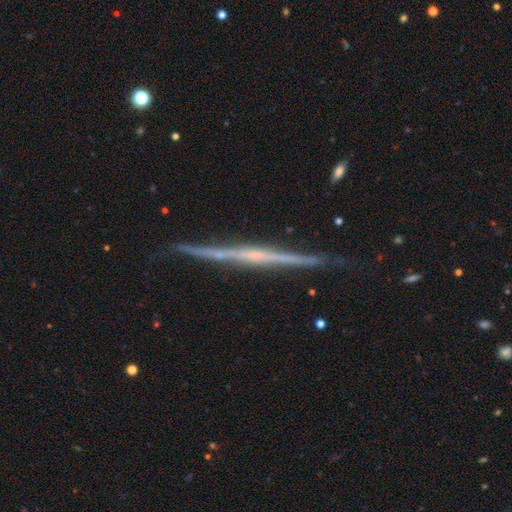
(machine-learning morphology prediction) type=featured or disk (81%); edge-on=yes (98%); edge-on bulge=none (63%); merging=none (88%).